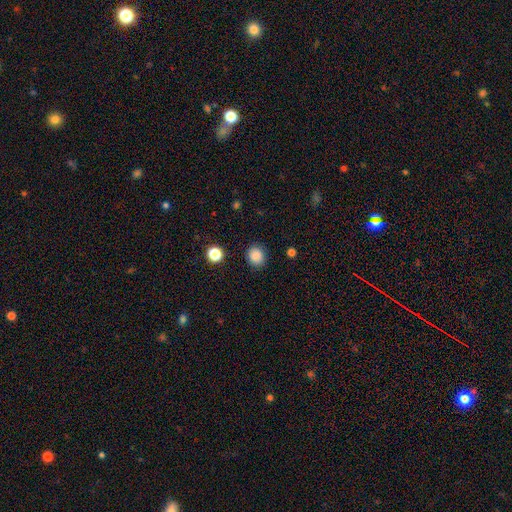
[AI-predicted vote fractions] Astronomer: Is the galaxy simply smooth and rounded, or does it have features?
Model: smooth — 84%.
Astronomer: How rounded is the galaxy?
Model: round — 80%.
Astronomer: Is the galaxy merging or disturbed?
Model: none — 87%.